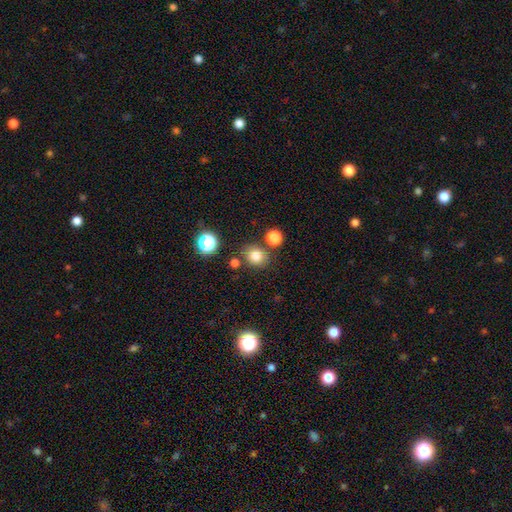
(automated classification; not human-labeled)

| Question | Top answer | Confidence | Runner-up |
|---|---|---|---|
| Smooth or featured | smooth | 79% | star or artifact (14%) |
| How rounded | round | 75% | in between (24%) |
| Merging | none | 76% | minor disturbance (11%) |